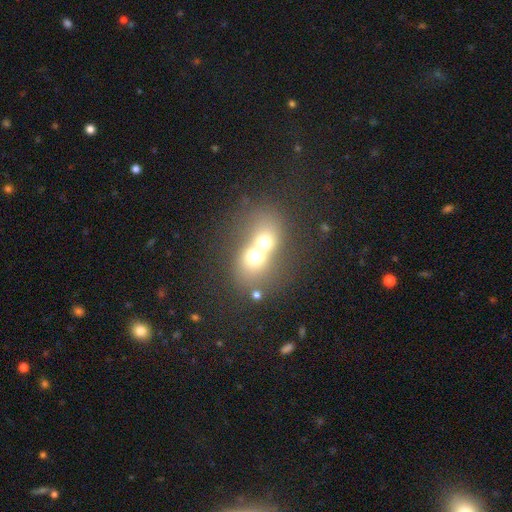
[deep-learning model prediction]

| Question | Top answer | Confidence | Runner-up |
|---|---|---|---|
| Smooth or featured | smooth | 59% | featured or disk (28%) |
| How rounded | round | 60% | in between (39%) |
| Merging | merger | 78% | none (14%) |